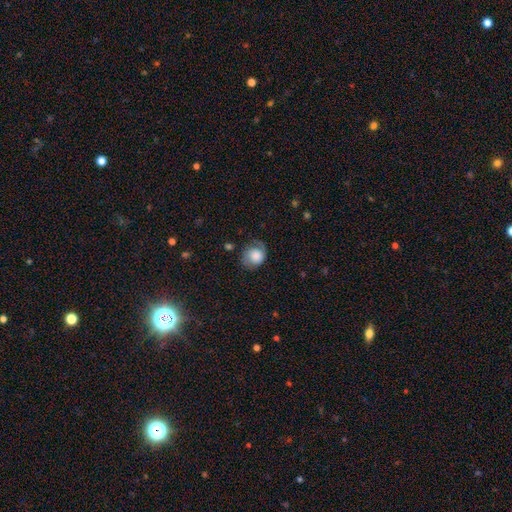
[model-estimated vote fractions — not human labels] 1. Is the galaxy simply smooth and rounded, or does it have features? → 66% smooth, 26% featured or disk, 8% star or artifact.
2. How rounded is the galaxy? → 72% round, 28% in between, 1% cigar-shaped.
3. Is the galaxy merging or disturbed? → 54% none, 29% minor disturbance, 15% major disturbance, 2% merger.